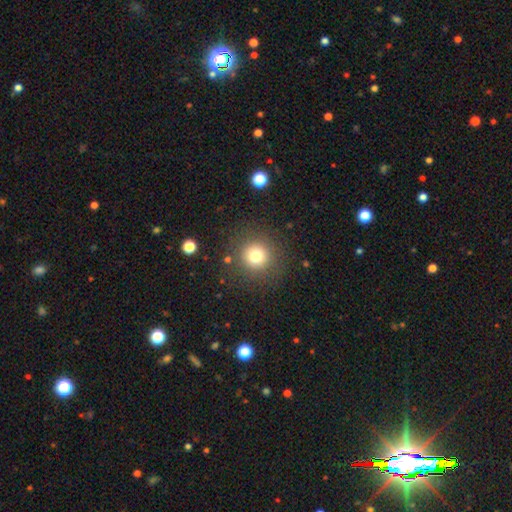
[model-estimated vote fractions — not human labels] Smooth or featured? Predicted: smooth (p=0.76). How rounded? Predicted: round (p=0.94). Merging? Predicted: none (p=0.87).